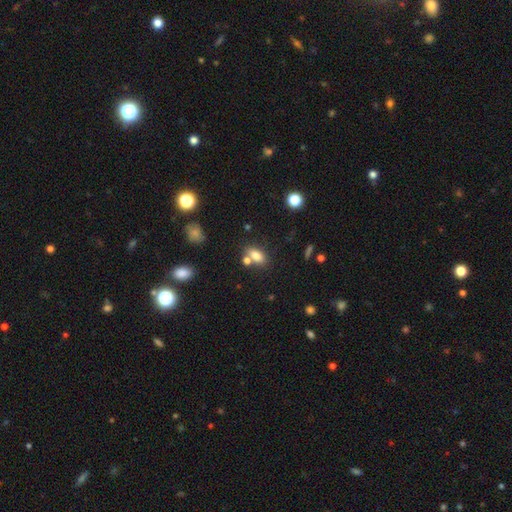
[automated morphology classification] smooth-or-featured: smooth: 78% | star or artifact: 11% | featured or disk: 11%
  how-rounded: in between: 83% | round: 11% | cigar-shaped: 6%
  merging: none: 55% | merger: 28% | minor disturbance: 12% | major disturbance: 4%